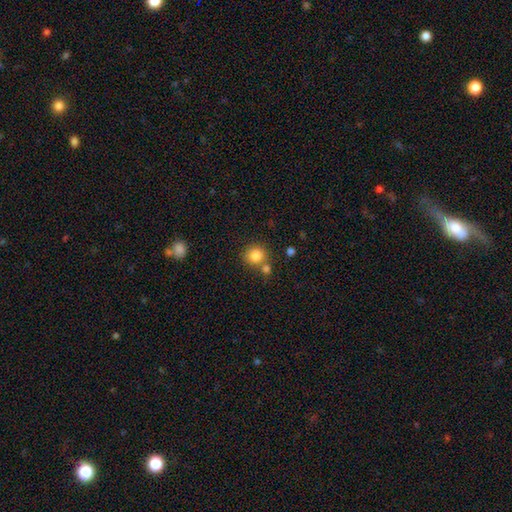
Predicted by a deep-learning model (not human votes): This appears to be a smooth galaxy with no disk features (84%) that is round (87%). Merging: none (65%).